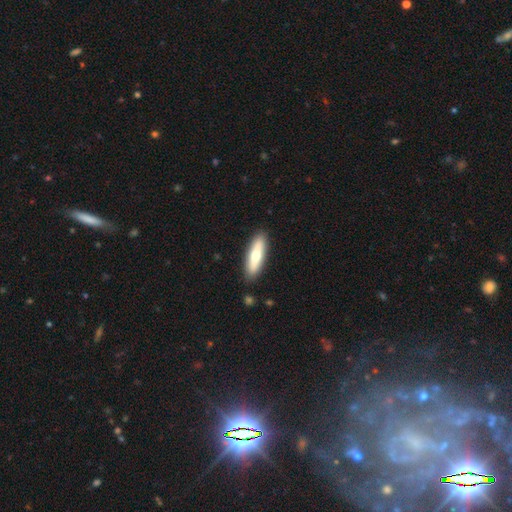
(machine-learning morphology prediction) Q: Smooth or featured?
A: smooth (65%); runner-up: featured or disk (30%)
Q: How rounded?
A: cigar-shaped (56%); runner-up: in between (42%)
Q: Merging?
A: none (88%); runner-up: minor disturbance (9%)